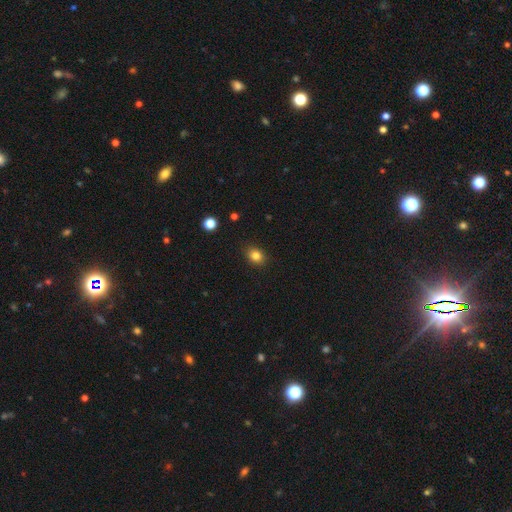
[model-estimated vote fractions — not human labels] Q: Smooth or featured?
A: smooth (83%); runner-up: star or artifact (11%)
Q: How rounded?
A: in between (51%); runner-up: round (48%)
Q: Merging?
A: none (88%); runner-up: minor disturbance (9%)